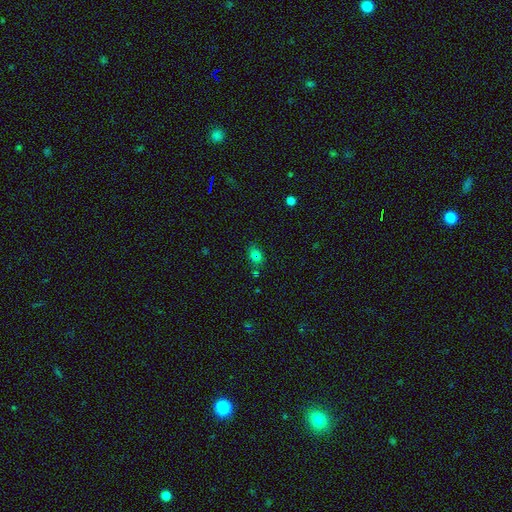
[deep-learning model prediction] A smooth galaxy with no disk features (66%) that is in between round and cigar-shaped (65%). Merging: none (69%).